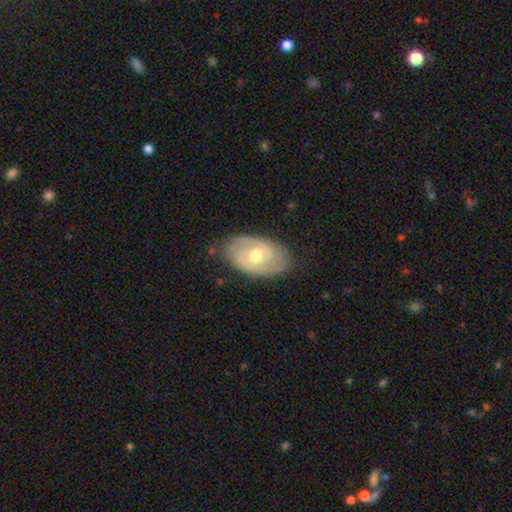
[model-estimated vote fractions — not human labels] Morphology: type=featured or disk (84%); edge-on=no (96%); bar=no (58%); spiral arms=yes (92%); winding=tight (67%); arm count=2 (76%); bulge=moderate (75%); merging=none (79%).